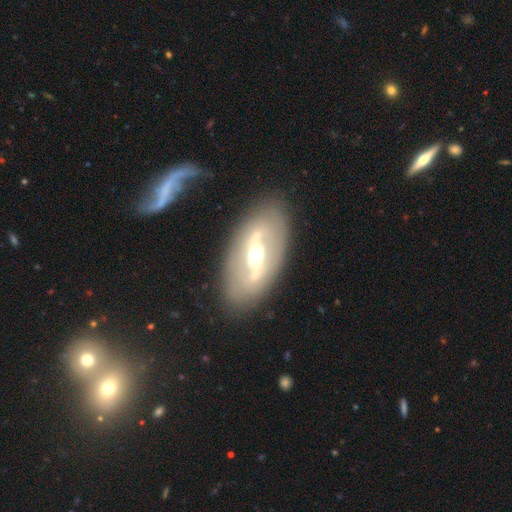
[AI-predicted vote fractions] This is likely a featured or disk galaxy (73%). It is clearly not viewed edge-on (88%). Bar: possibly strong (52%). Spiral arm pattern: possibly no (52%). Central bulge: likely moderate (71%). Merging: likely none (74%).